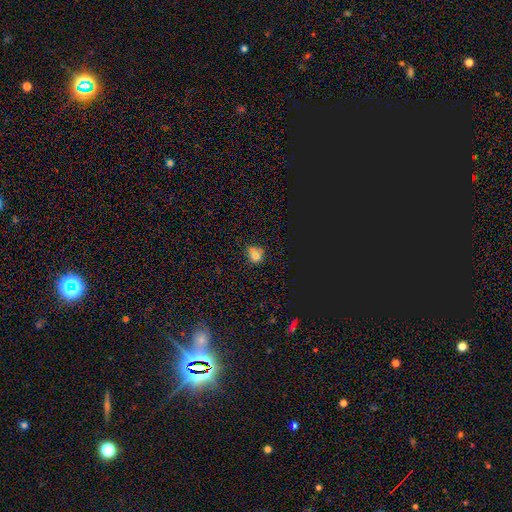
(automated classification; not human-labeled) Q: Smooth or featured?
A: smooth (66%); runner-up: star or artifact (22%)
Q: How rounded?
A: round (76%); runner-up: in between (23%)
Q: Merging?
A: none (53%); runner-up: merger (23%)